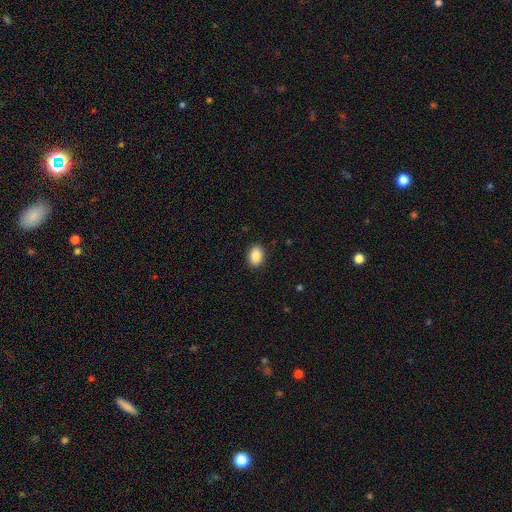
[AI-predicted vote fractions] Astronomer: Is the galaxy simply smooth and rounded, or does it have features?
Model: smooth — 88%.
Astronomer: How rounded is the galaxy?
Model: in between — 80%.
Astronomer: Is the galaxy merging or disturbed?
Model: none — 90%.